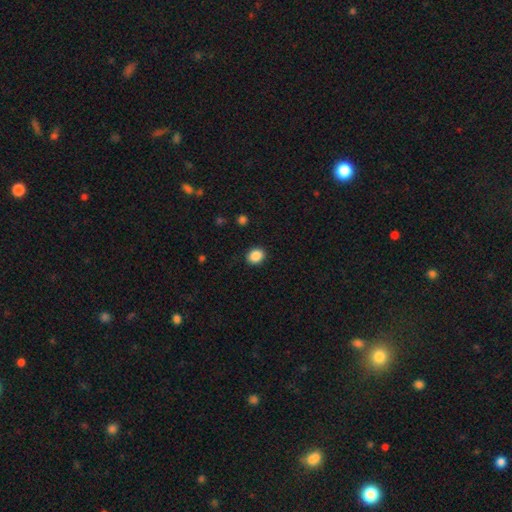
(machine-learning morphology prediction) smooth_or_featured: smooth (p=0.88) [alt: star or artifact p=0.09]
how_rounded: round (p=0.57) [alt: in between p=0.42]
merging: none (p=0.90) [alt: minor disturbance p=0.07]